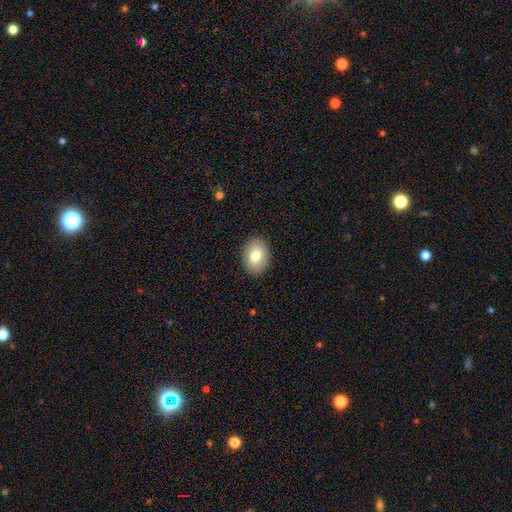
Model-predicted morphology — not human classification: Smooth or featured? Predicted: smooth (p=0.79). How rounded? Predicted: in between (p=0.69). Merging? Predicted: none (p=0.90).